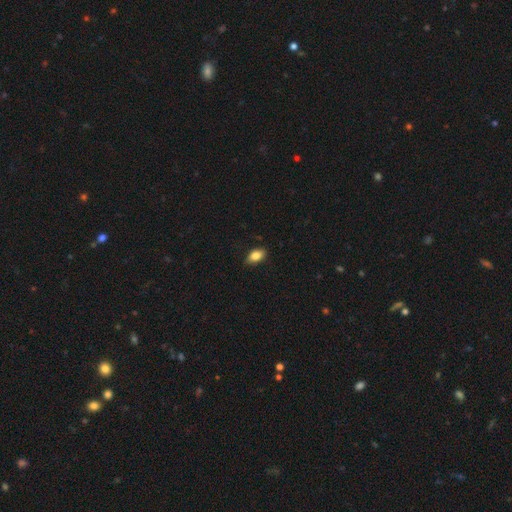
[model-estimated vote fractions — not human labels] The model was most divided on "merging": none: 81%, minor disturbance: 16%, major disturbance: 2%, merger: 1%. More confident: how rounded — in between (89%); smooth or featured — smooth (85%).